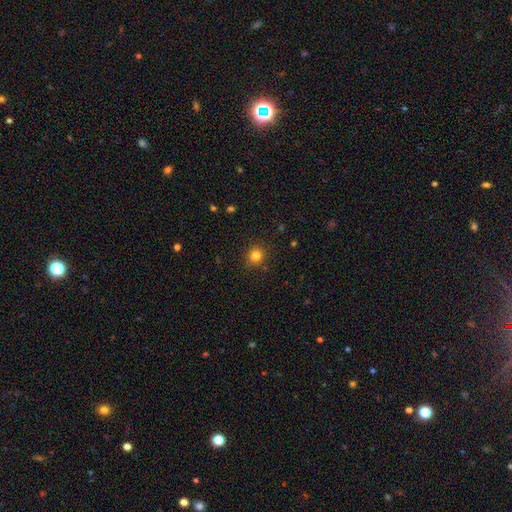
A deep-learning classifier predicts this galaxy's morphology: smooth_or_featured: smooth (p=0.82) [alt: star or artifact p=0.13]
how_rounded: round (p=0.90) [alt: in between p=0.09]
merging: none (p=0.88) [alt: minor disturbance p=0.09]